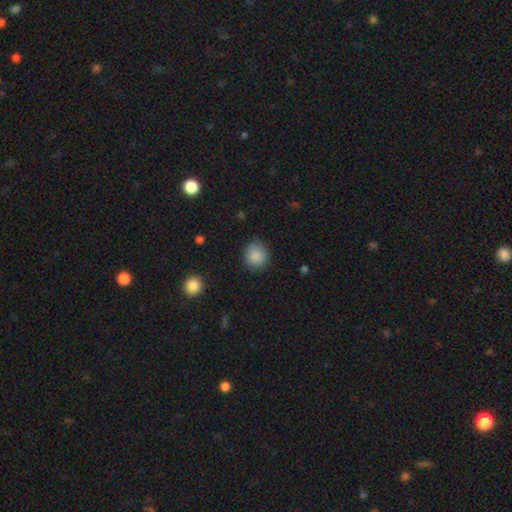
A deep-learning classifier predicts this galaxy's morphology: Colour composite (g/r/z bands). It shows a smooth galaxy with no disk features (88%) that is round (89%). Merging: none (86%).